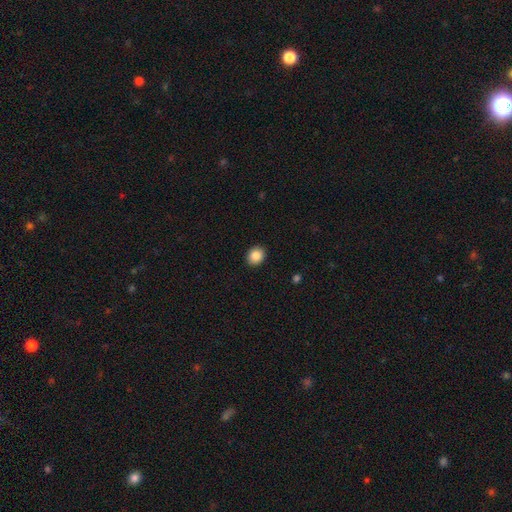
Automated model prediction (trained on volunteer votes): Morphology: type=smooth (87%); roundness=round (67%); merging=none (92%).